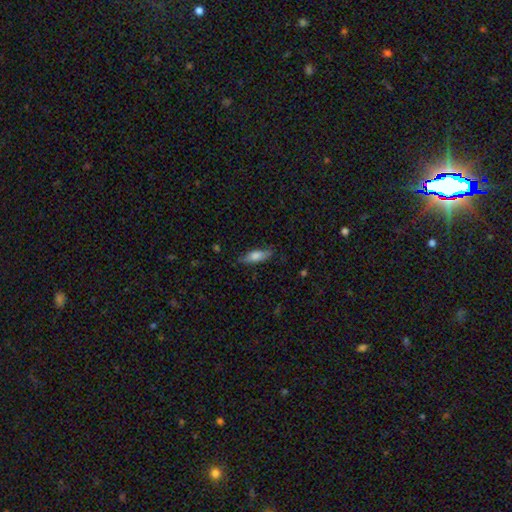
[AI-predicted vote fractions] smooth-or-featured: smooth: 70% | featured or disk: 24% | star or artifact: 6%
  how-rounded: in between: 51% | cigar-shaped: 47% | round: 2%
  merging: none: 78% | minor disturbance: 18% | major disturbance: 4% | merger: 1%